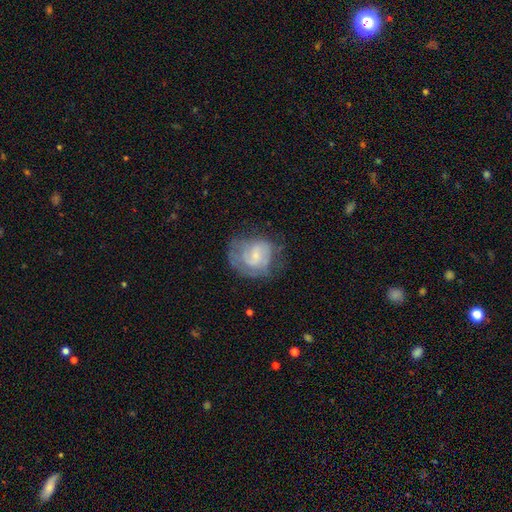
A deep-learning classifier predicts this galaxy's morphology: Q: Smooth or featured?
A: featured or disk (63%); runner-up: smooth (30%)
Q: Edge-on disk?
A: no (98%); runner-up: yes (2%)
Q: Bar?
A: no (51%); runner-up: weak (41%)
Q: Spiral arms?
A: yes (77%); runner-up: no (23%)
Q: Bulge size?
A: small (67%); runner-up: moderate (20%)
Q: Merging?
A: none (49%); runner-up: minor disturbance (26%)